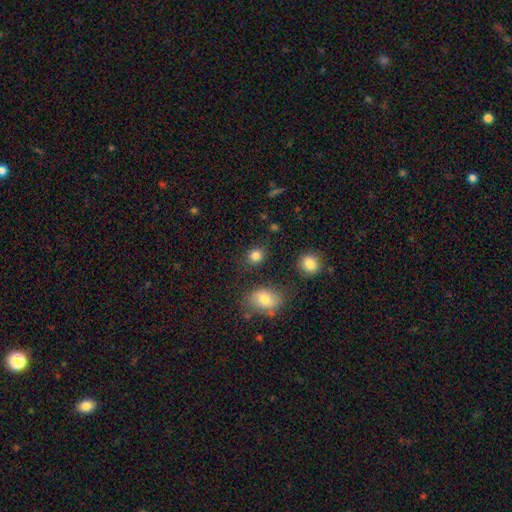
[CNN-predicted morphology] type=smooth (84%); roundness=round (68%); merging=none (82%).